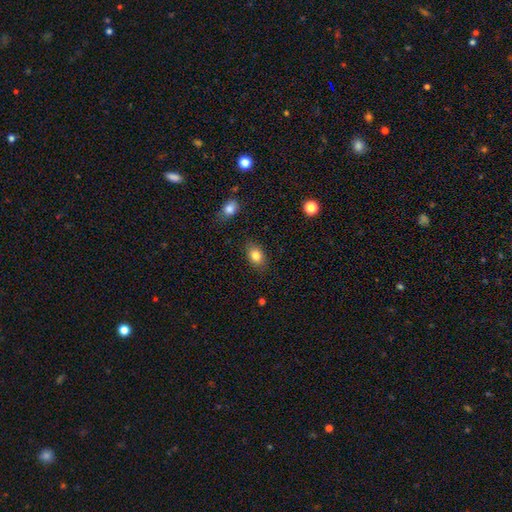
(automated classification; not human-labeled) This appears to be a smooth galaxy with no disk features (82%) that is in between round and cigar-shaped (77%). Merging: none (83%).